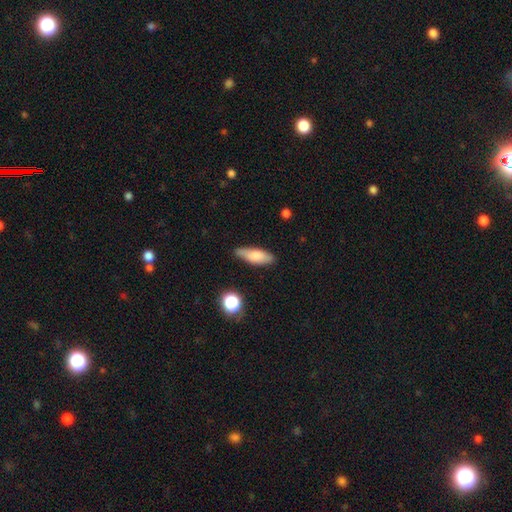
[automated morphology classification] The model was most divided on "how rounded": in between: 59%, cigar-shaped: 38%, round: 3%. More confident: merging — none (78%); smooth or featured — smooth (75%).